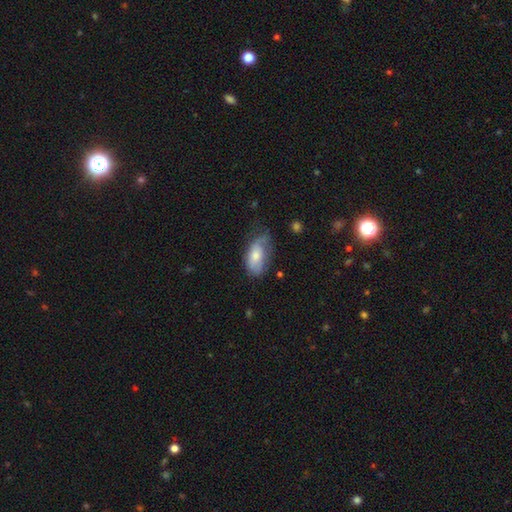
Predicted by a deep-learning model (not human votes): This is likely a smooth galaxy (65%). How rounded: clearly in between (91%). Merging: marginally none (39%).